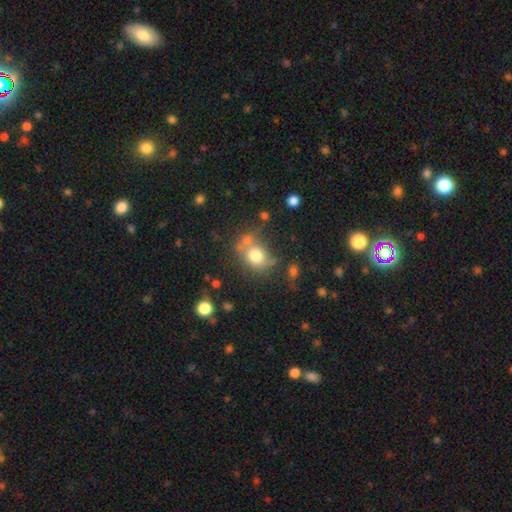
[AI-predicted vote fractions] Smooth or featured?
  - smooth: 74% *
  - featured or disk: 14%
  - star or artifact: 12%
How rounded?
  - round: 65% *
  - in between: 34%
  - cigar-shaped: 1%
Merging?
  - none: 55% *
  - merger: 19%
  - minor disturbance: 18%
  - major disturbance: 8%